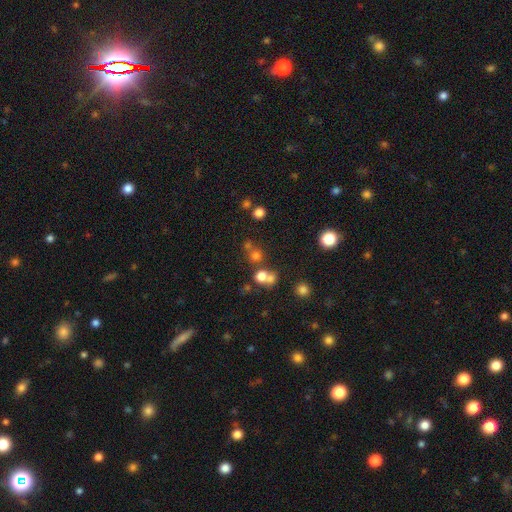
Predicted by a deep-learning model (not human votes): Smooth or featured: smooth — 51% (star or artifact — 37%)
How rounded: round — 85% (in between — 13%)
Merging: none — 56% (merger — 32%)